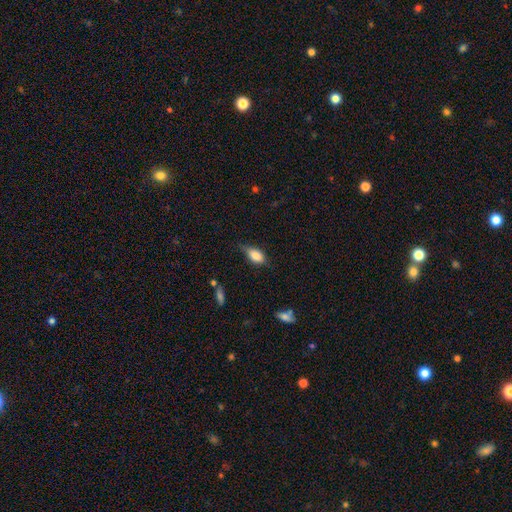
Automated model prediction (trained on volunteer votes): Morphology: type=smooth (75%); roundness=in between (85%); merging=none (49%).